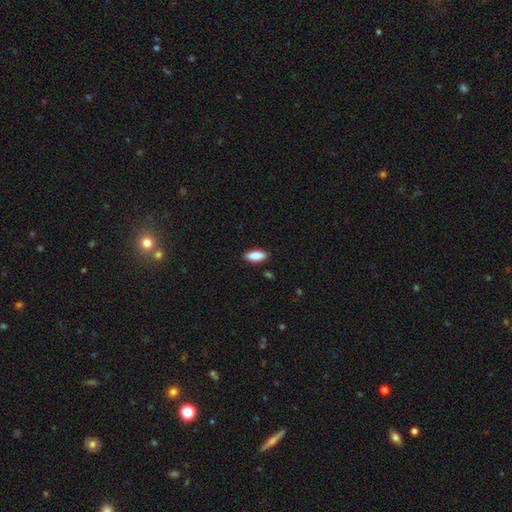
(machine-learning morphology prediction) This is clearly a smooth galaxy (87%). How rounded: clearly in between (81%). Merging: clearly none (88%).